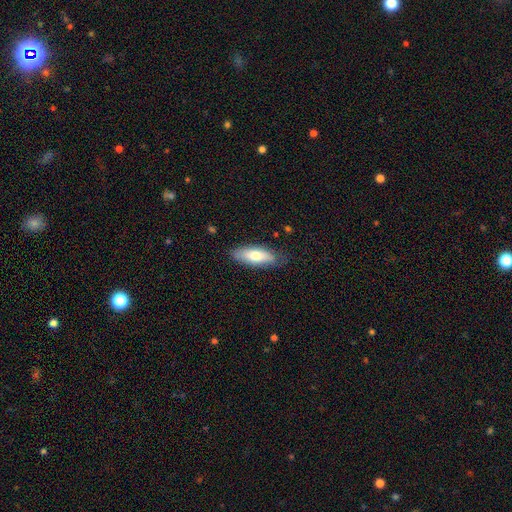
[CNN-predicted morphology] Smooth or featured? Predicted: smooth (p=0.70). How rounded? Predicted: in between (p=0.70). Merging? Predicted: none (p=0.78).